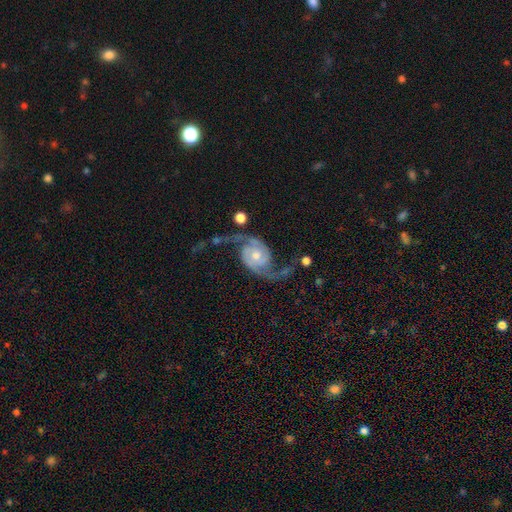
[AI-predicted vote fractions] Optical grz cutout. It shows a featured or disk galaxy (91%) with no bar (69%), 2 (94%) loose (58%) spiral arms (98%) and a moderate central bulge (52%). Merging: none (67%).